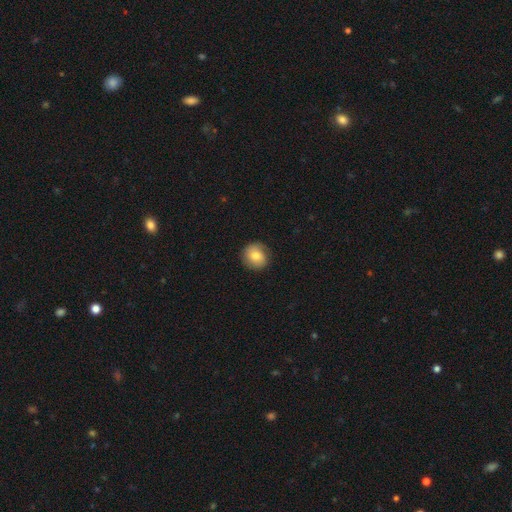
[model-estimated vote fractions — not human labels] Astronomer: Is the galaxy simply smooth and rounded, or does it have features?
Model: smooth — 69%.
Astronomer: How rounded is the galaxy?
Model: round — 86%.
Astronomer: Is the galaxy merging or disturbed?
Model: none — 80%.